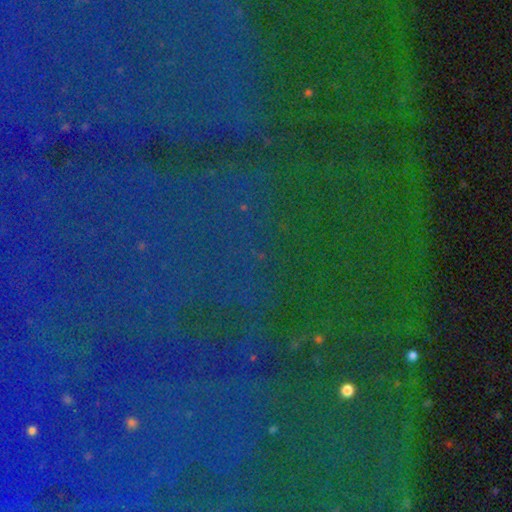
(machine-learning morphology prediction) Overall: star or artifact (84%).